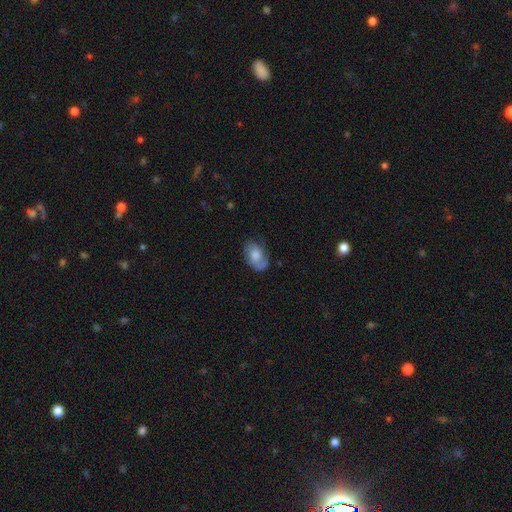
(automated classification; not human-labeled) The model was most divided on "smooth or featured": smooth: 54%, featured or disk: 39%, star or artifact: 8%. More confident: how rounded — in between (84%); merging — none (58%).